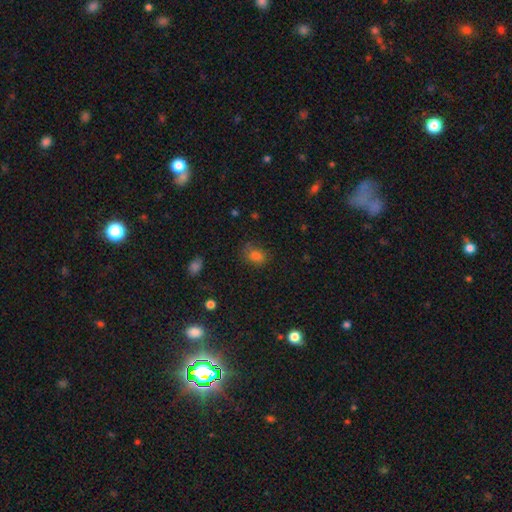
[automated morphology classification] type=smooth (76%); roundness=in between (68%); merging=none (69%).